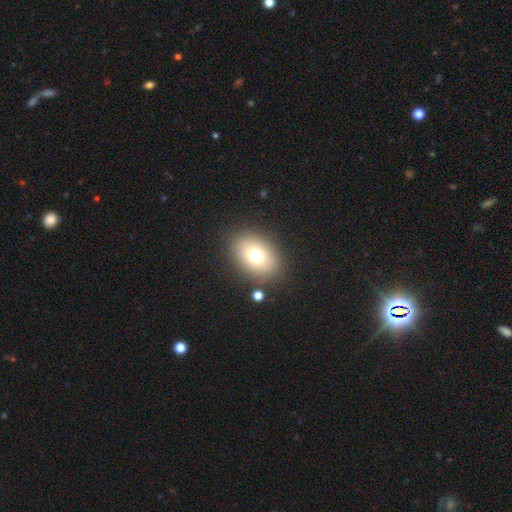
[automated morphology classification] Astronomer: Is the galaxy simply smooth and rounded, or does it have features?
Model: smooth — 74%.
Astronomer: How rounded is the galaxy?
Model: in between — 74%.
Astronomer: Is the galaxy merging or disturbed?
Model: none — 84%.